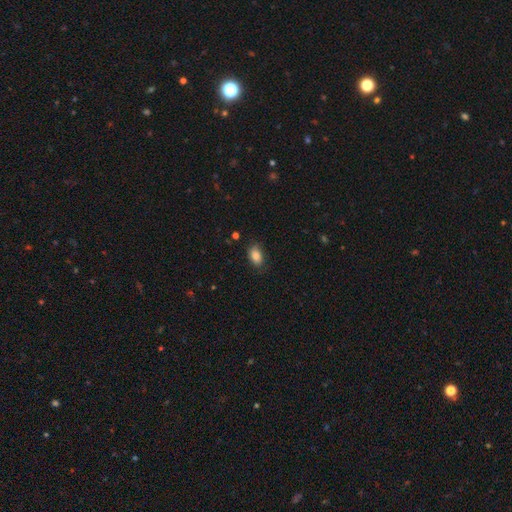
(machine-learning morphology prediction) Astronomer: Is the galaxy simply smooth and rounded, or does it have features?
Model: smooth — 85%.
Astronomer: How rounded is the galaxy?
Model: in between — 85%.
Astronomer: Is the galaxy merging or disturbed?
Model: none — 77%.